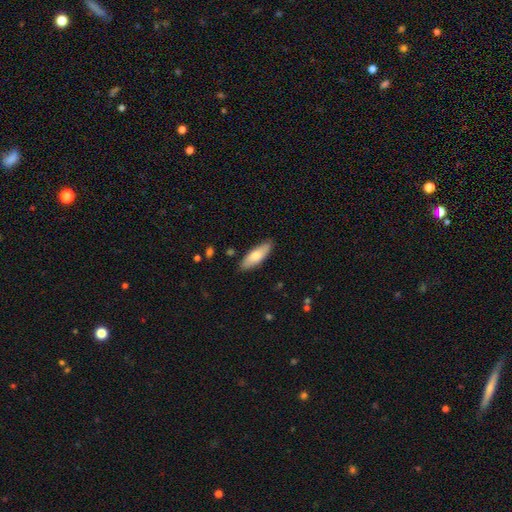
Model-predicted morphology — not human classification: Smooth or featured? smooth (75%)
How rounded? in between (64%)
Merging? none (86%)